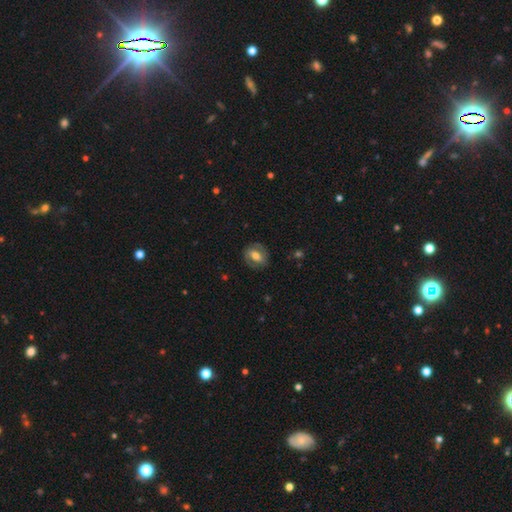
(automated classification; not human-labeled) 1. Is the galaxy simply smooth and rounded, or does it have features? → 47% smooth, 46% featured or disk, 7% star or artifact.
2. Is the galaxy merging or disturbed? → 79% none, 14% minor disturbance, 6% major disturbance, 1% merger.